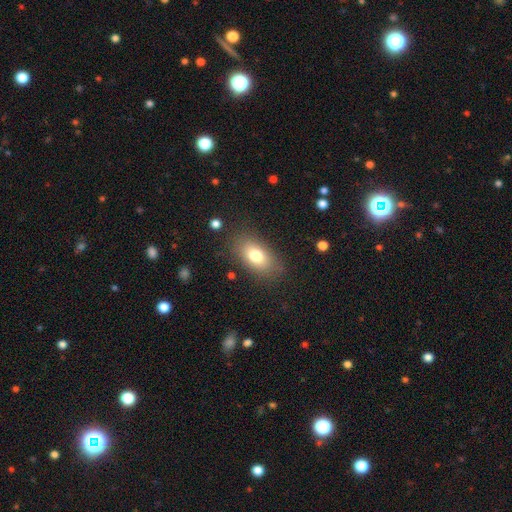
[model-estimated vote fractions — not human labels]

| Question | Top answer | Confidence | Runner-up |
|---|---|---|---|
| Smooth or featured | smooth | 76% | featured or disk (15%) |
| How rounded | in between | 89% | round (8%) |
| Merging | none | 82% | minor disturbance (12%) |